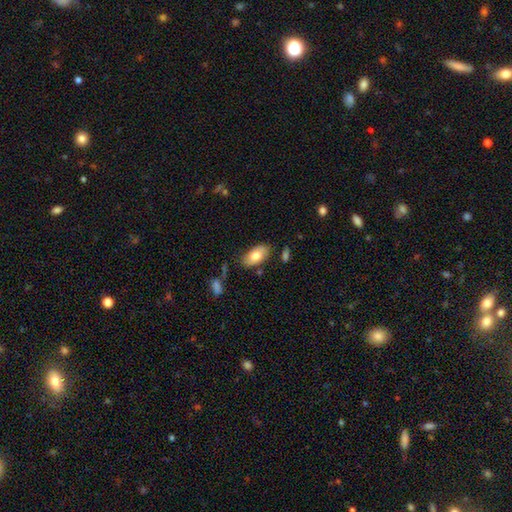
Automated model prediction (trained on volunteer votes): smooth-or-featured: smooth: 76% | featured or disk: 18% | star or artifact: 6%
  how-rounded: in between: 94% | round: 3% | cigar-shaped: 3%
  merging: none: 78% | minor disturbance: 15% | merger: 3% | major disturbance: 3%